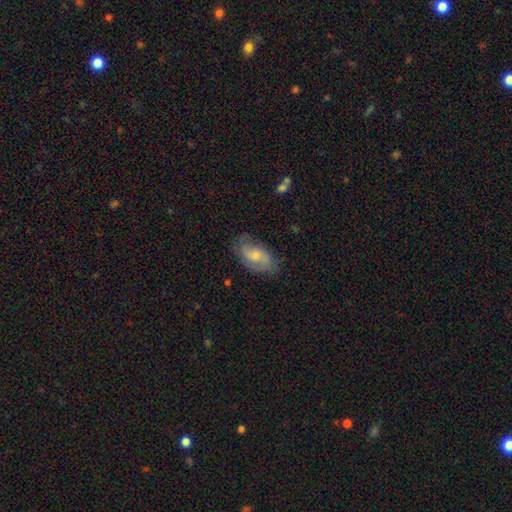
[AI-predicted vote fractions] Q: Smooth or featured?
A: smooth (47%); runner-up: featured or disk (46%)
Q: Merging?
A: none (69%); runner-up: minor disturbance (23%)